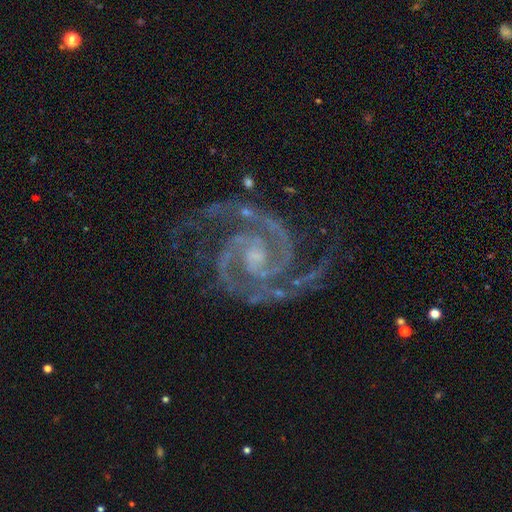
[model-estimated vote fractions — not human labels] featured or disk 94%, star or artifact 4%, smooth 2%. Down the decision tree: edge-on disk — no (98%); bar — no (50%); spiral arms — yes (99%); spiral arm count — 2 (89%); spiral winding — tight (53%); bulge size — small (62%); merging — none (74%).